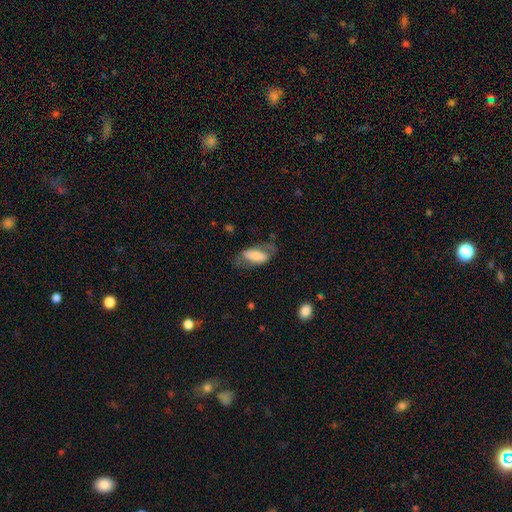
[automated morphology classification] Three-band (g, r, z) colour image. It shows a smooth galaxy with no disk features (60%) that is in between round and cigar-shaped (83%). Merging: none (49%).